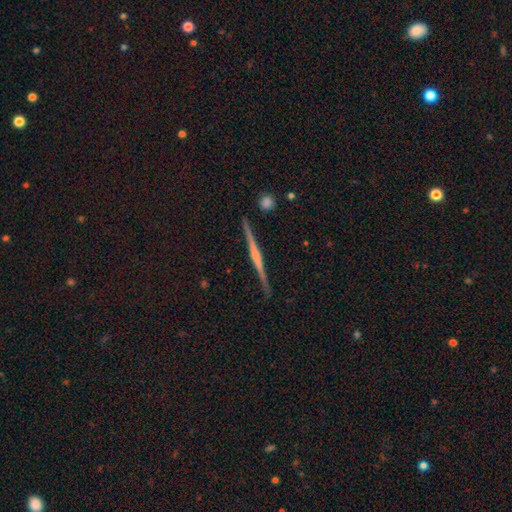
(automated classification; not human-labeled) Smooth or featured?
  - featured or disk: 74% *
  - smooth: 18%
  - star or artifact: 8%
Edge-on disk?
  - yes: 98% *
  - no: 2%
Edge-on bulge?
  - rounded: 42% *
  - none: 38%
  - boxy: 20%
Merging?
  - none: 90% *
  - minor disturbance: 7%
  - major disturbance: 2%
  - merger: 1%